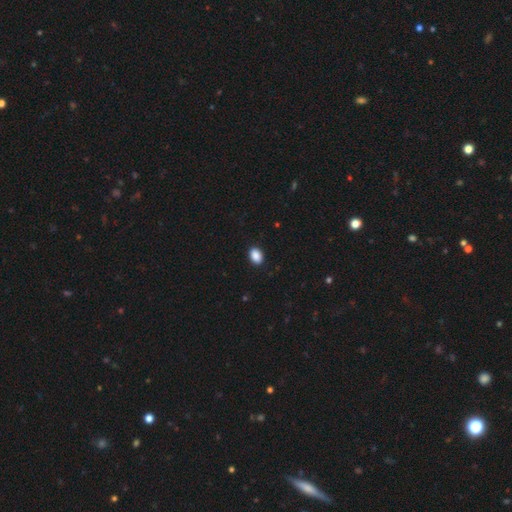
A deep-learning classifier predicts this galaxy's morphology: Smooth or featured: smooth — 89% (star or artifact — 8%)
How rounded: in between — 80% (round — 18%)
Merging: none — 90% (minor disturbance — 7%)